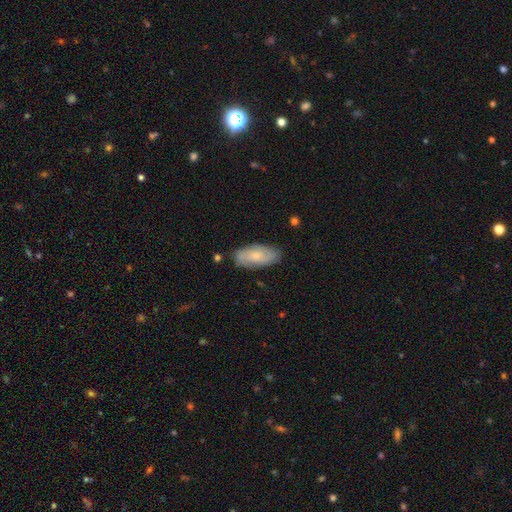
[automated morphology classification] Q: Smooth or featured?
A: smooth (53%); runner-up: featured or disk (40%)
Q: How rounded?
A: in between (89%); runner-up: cigar-shaped (8%)
Q: Merging?
A: none (78%); runner-up: minor disturbance (17%)